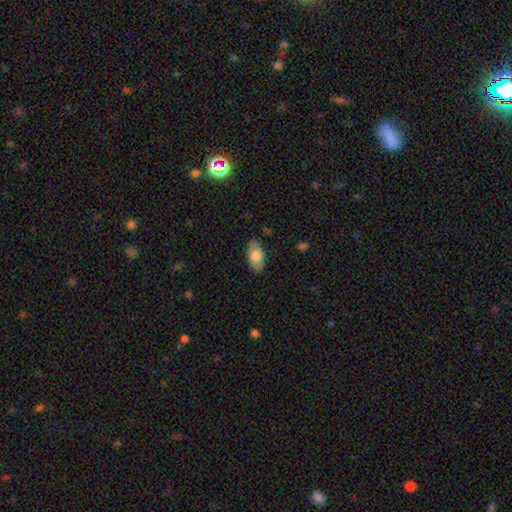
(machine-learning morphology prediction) Smooth or featured?
  - smooth: 76% *
  - featured or disk: 18%
  - star or artifact: 6%
How rounded?
  - in between: 94% *
  - round: 3%
  - cigar-shaped: 3%
Merging?
  - none: 85% *
  - minor disturbance: 12%
  - major disturbance: 2%
  - merger: 1%